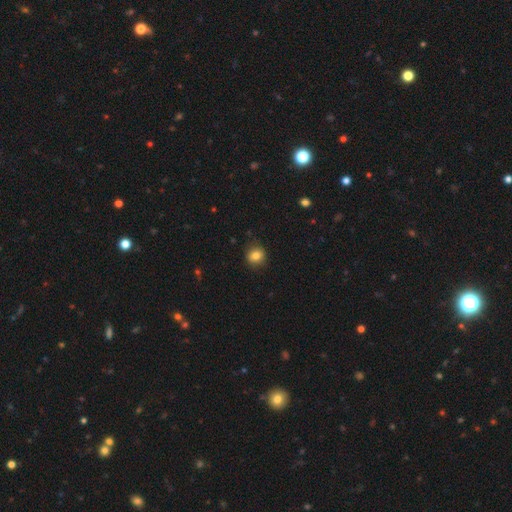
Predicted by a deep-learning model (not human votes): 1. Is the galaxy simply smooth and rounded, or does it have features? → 81% smooth, 11% star or artifact, 8% featured or disk.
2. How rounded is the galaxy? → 78% round, 21% in between, 1% cigar-shaped.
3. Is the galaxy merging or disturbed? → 84% none, 12% minor disturbance, 3% major disturbance, 1% merger.